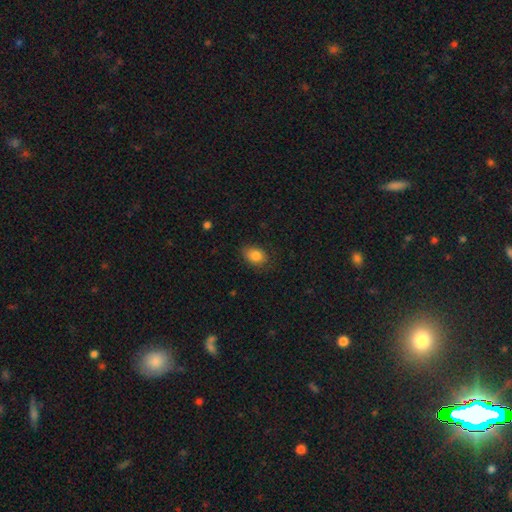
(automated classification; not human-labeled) This appears to be a smooth galaxy with no disk features (83%) that is in between round and cigar-shaped (76%). Merging: none (74%).